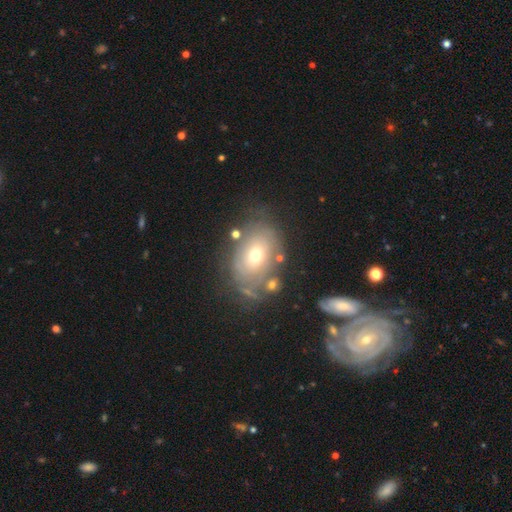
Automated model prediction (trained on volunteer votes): A featured or disk galaxy (51%). Merging: none (63%).